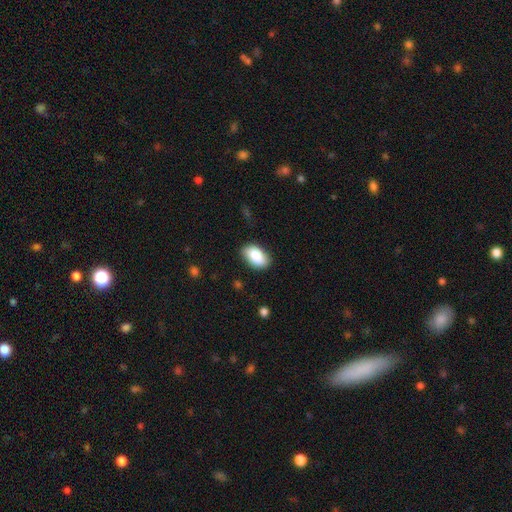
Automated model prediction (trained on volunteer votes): A smooth galaxy with no disk features (86%) that is in between round and cigar-shaped (92%). Merging: none (83%).